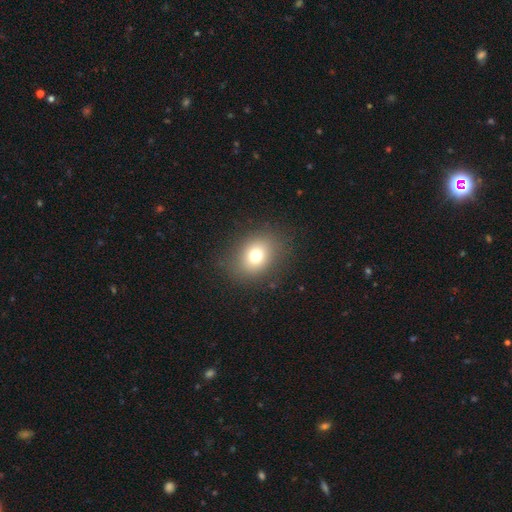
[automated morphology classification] Overall: smooth (74%). How rounded: round (52%; in between 47%). Merging: none (85%).